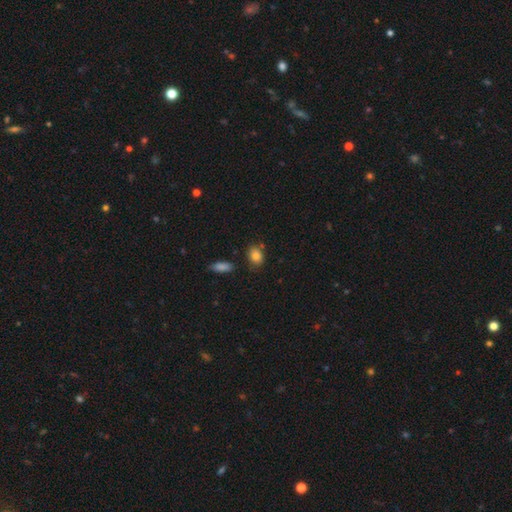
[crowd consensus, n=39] Smooth or featured?
  - smooth: 85% *
  - featured or disk: 8%
  - star or artifact: 8%
How rounded?
  - in between: 58% *
  - round: 42%
  - cigar-shaped: 0%
Merging?
  - none: 83% *
  - minor disturbance: 17%
  - major disturbance: 0%
  - merger: 0%